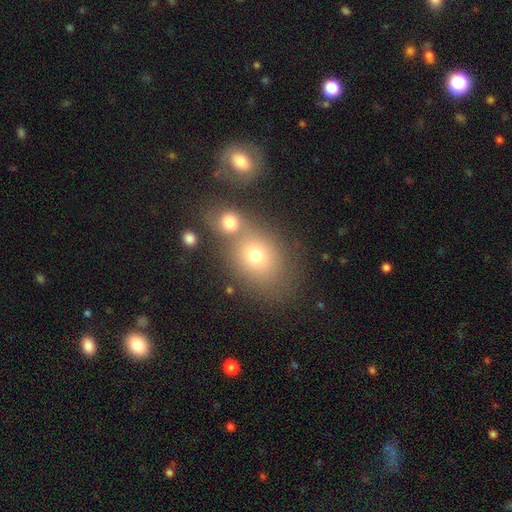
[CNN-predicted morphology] Smooth or featured? Predicted: smooth (p=0.70). How rounded? Predicted: round (p=0.55). Merging? Predicted: none (p=0.46).